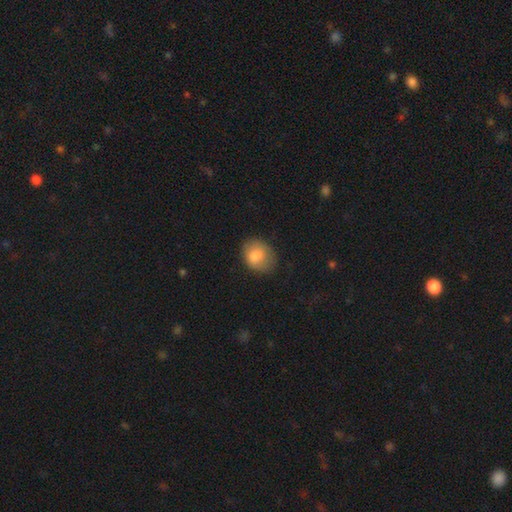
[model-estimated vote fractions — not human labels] Smooth or featured? smooth (83%)
How rounded? round (54%)
Merging? none (65%)